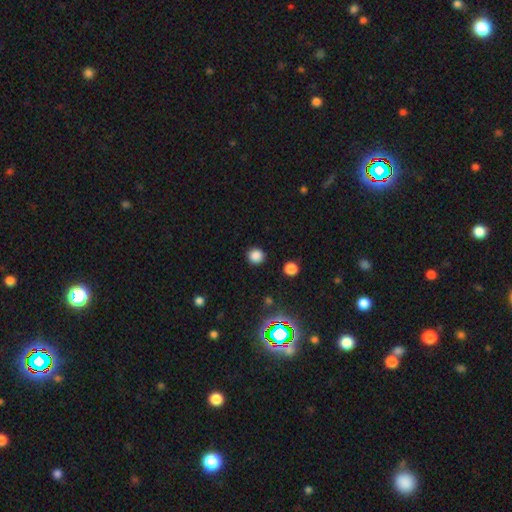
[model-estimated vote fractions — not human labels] Smooth or featured? smooth (82%)
How rounded? round (93%)
Merging? none (90%)